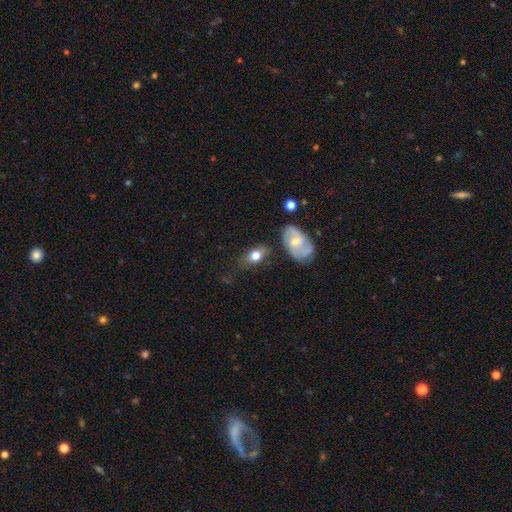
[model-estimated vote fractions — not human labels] Overall: smooth (73%). How rounded: in between (77%). Merging: none (60%; minor disturbance 22%).